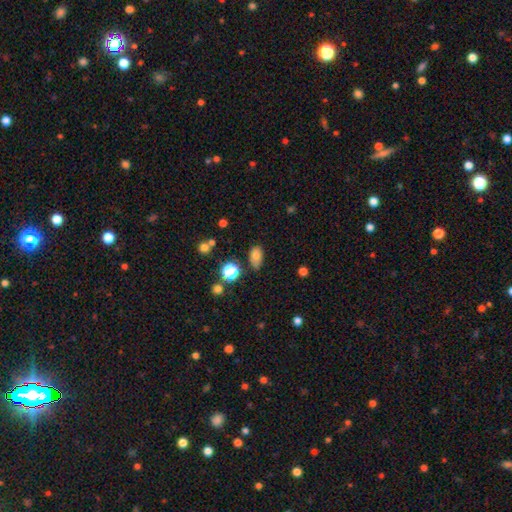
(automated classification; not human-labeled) Morphology: type=smooth (74%); roundness=in between (84%); merging=none (66%).